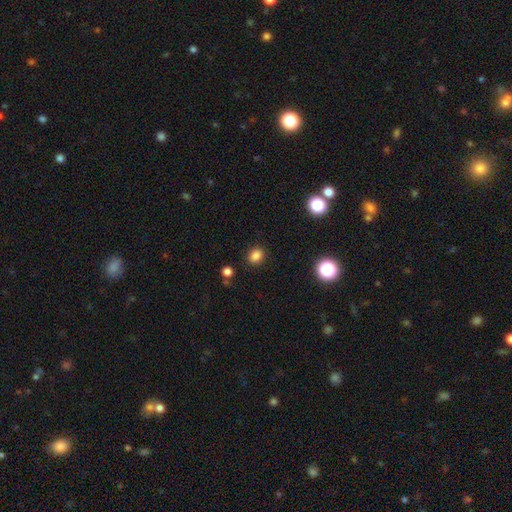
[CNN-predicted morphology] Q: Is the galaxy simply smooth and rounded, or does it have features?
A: smooth — 83%.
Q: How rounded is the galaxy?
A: round — 68%.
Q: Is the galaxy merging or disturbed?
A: none — 88%.